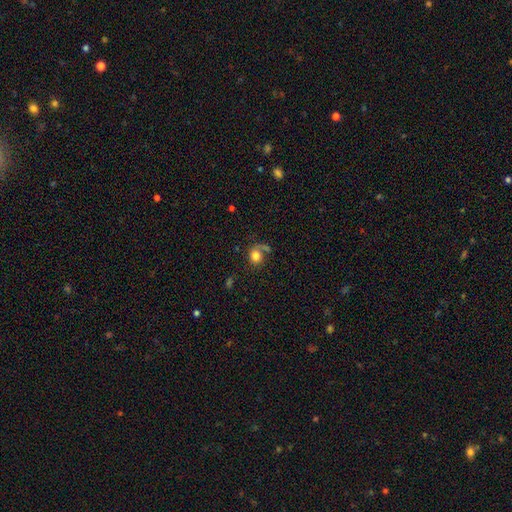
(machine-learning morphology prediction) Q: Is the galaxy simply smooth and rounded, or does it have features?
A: smooth — 73%.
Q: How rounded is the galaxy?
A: round — 70%.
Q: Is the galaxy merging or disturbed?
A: none — 51%.